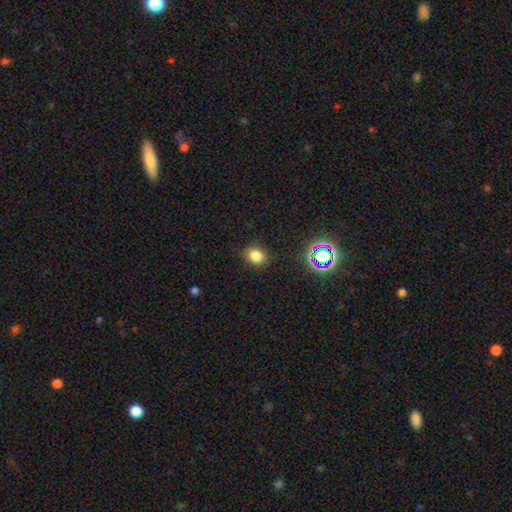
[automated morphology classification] Smooth or featured? Predicted: smooth (p=0.79). How rounded? Predicted: in between (p=0.53). Merging? Predicted: none (p=0.85).